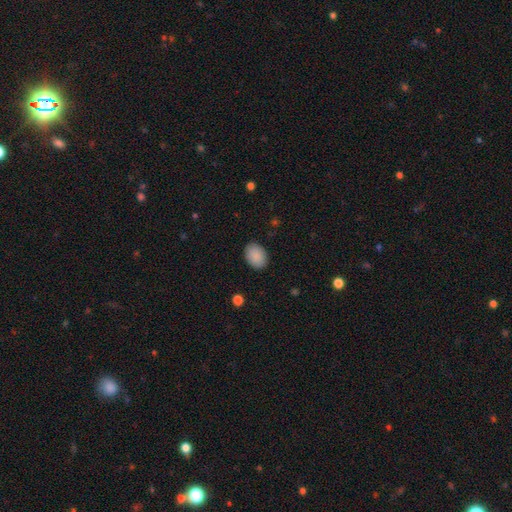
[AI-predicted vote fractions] This appears to be a smooth galaxy with no disk features (90%) that is in between round and cigar-shaped (75%). Merging: none (88%).